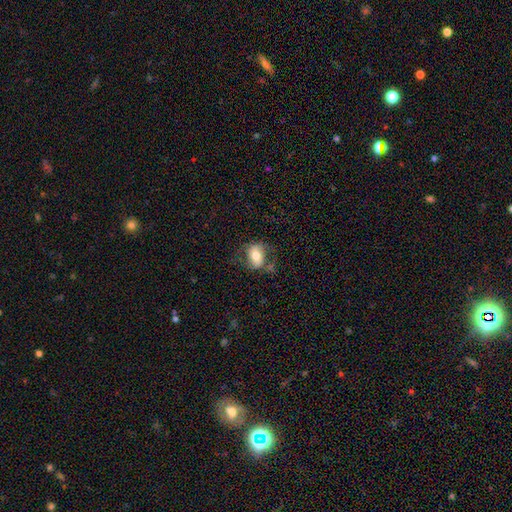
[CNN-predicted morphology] Smooth or featured? Predicted: smooth (p=0.54). How rounded? Predicted: in between (p=0.72). Merging? Predicted: none (p=0.57).